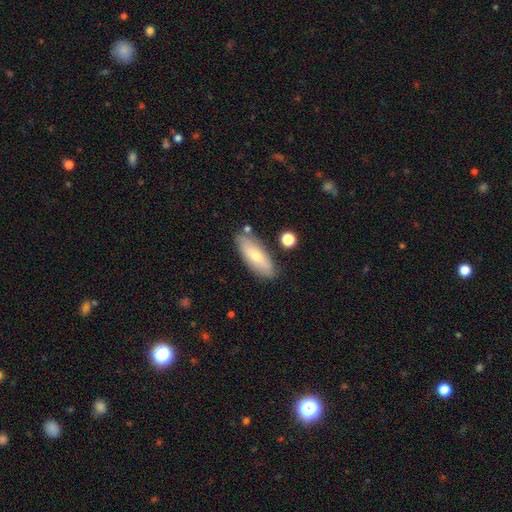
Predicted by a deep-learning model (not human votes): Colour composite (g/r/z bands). It shows a smooth galaxy with no disk features (63%) that is in between round and cigar-shaped (67%). Merging: none (77%).